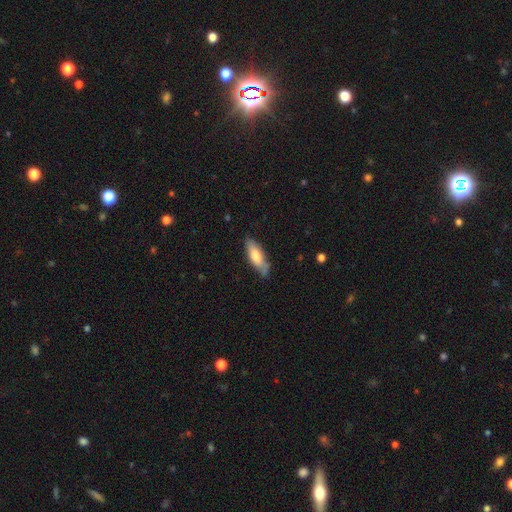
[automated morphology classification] A smooth galaxy with no disk features (71%) that is in between round and cigar-shaped (56%).

Vote fractions:
- Smooth or featured? smooth: 71% / featured or disk: 23% / star or artifact: 6%
- How rounded? in between: 56% / cigar-shaped: 43% / round: 2%
- Merging? none: 69% / minor disturbance: 24% / major disturbance: 4% / merger: 2%